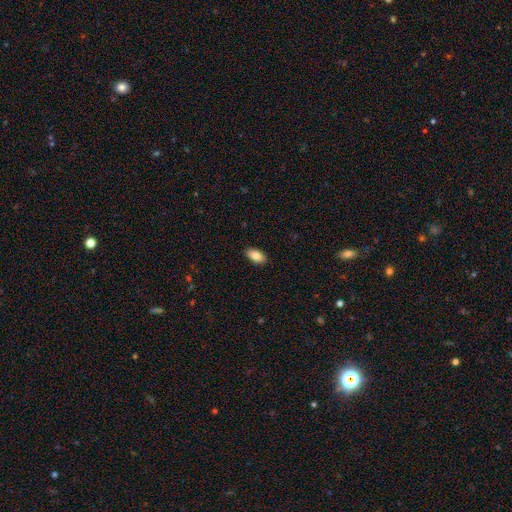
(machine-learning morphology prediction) Smooth or featured? Predicted: smooth (p=0.85). How rounded? Predicted: in between (p=0.94). Merging? Predicted: none (p=0.89).